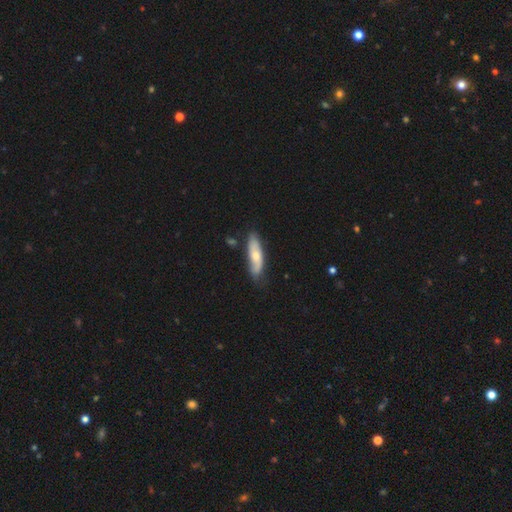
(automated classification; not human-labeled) smooth_or_featured: smooth (p=0.53) [alt: featured or disk p=0.42]
how_rounded: in between (p=0.49) [tied with: cigar-shaped p=0.49]
merging: none (p=0.72) [alt: minor disturbance p=0.21]